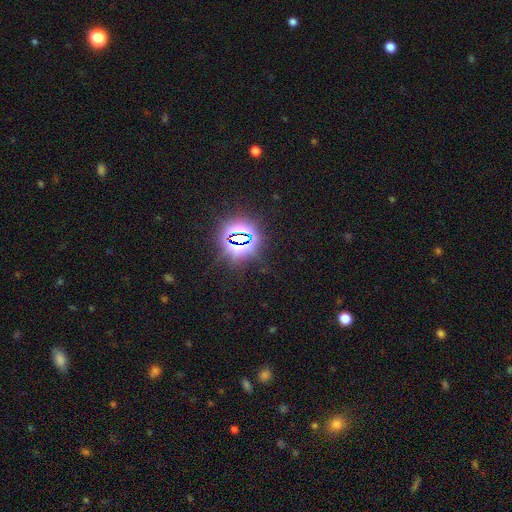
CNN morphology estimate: A star or artifact, not a galaxy (80%).